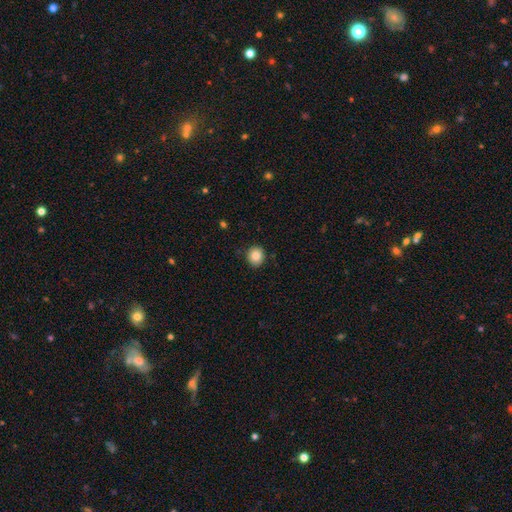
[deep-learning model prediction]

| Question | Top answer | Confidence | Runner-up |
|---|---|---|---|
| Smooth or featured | smooth | 87% | star or artifact (9%) |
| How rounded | round | 83% | in between (16%) |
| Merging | none | 87% | minor disturbance (10%) |